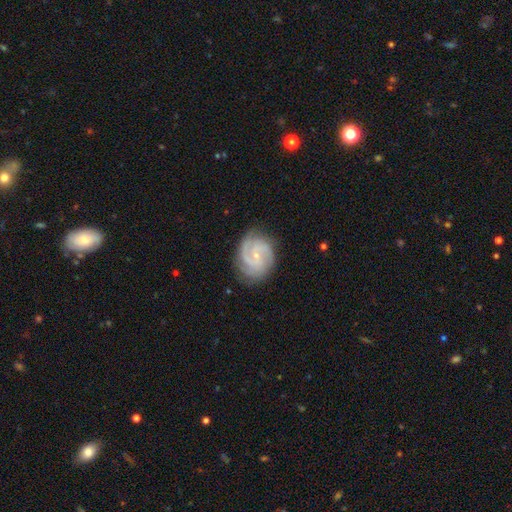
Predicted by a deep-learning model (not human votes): The model was most divided on "spiral arm count": 3: 38%, 2: 34%, can't tell: 12%, 4: 7%, 1: 4%, more than 4: 4%. More confident: edge-on disk — no (98%); spiral arms — yes (98%); smooth or featured — featured or disk (87%); merging — none (79%); bulge size — small (79%); bar — no (60%); spiral winding — tight (51%).